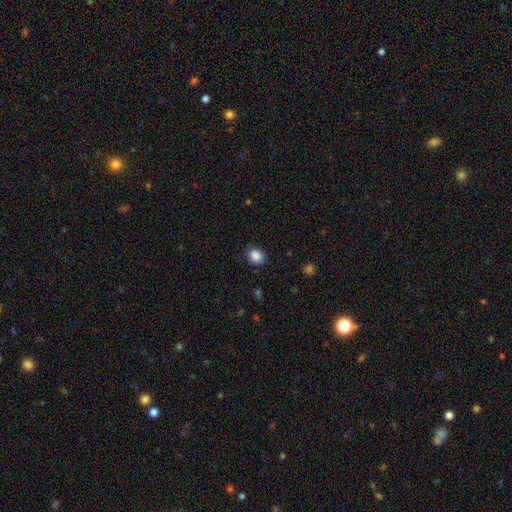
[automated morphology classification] A smooth galaxy with no disk features (87%) that is round (59%).

Vote fractions:
- Smooth or featured? smooth: 87% / star or artifact: 10% / featured or disk: 3%
- How rounded? round: 59% / in between: 40% / cigar-shaped: 1%
- Merging? none: 88% / minor disturbance: 9% / major disturbance: 2% / merger: 1%